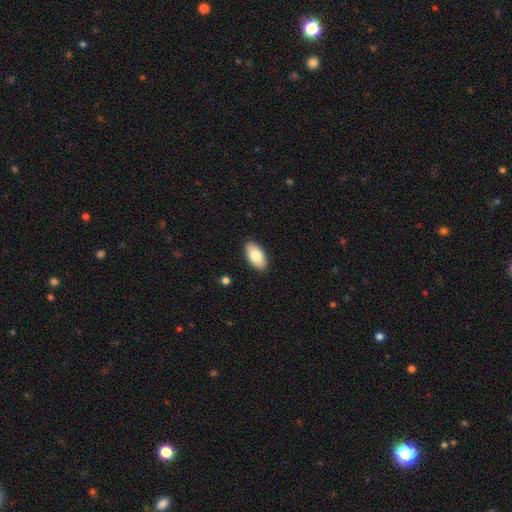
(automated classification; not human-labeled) The model was most divided on "smooth or featured": smooth: 80%, featured or disk: 14%, star or artifact: 6%. More confident: how rounded — in between (94%); merging — none (90%).